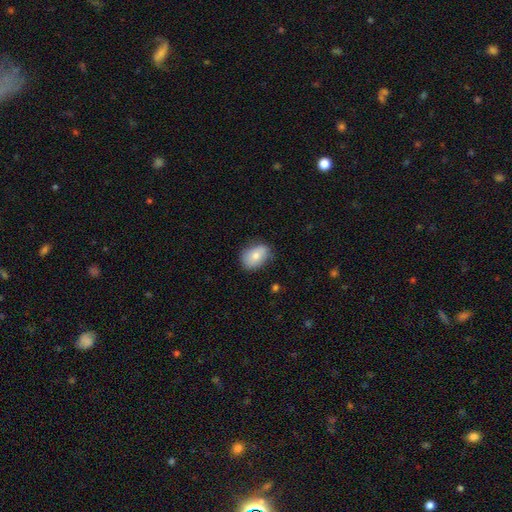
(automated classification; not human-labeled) smooth 77%, featured or disk 16%, star or artifact 7%. Down the decision tree: how rounded — in between (79%); merging — none (76%).